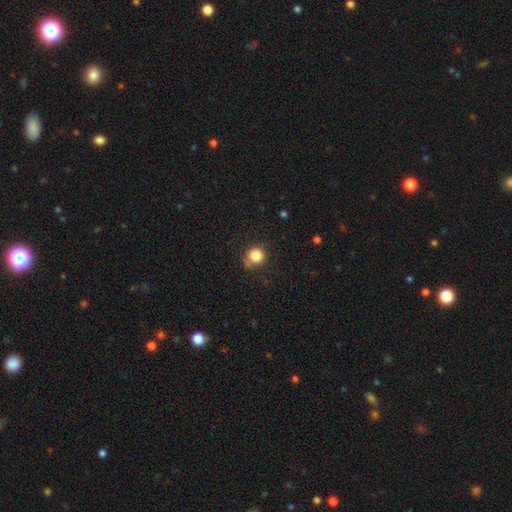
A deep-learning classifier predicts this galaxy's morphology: This appears to be a smooth galaxy with no disk features (83%) that is round (90%). Merging: none (73%).